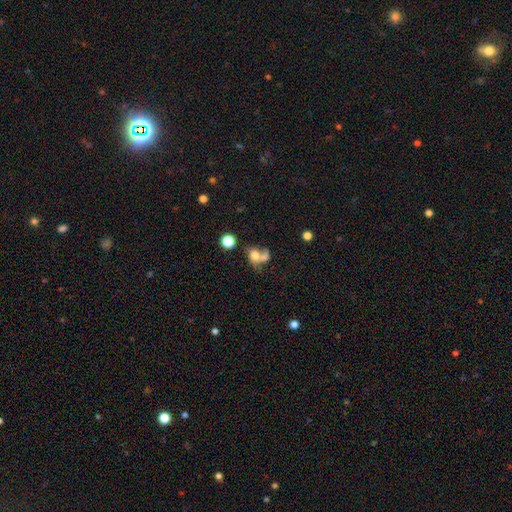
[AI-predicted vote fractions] The model was most divided on "how rounded": round: 53%, in between: 45%, cigar-shaped: 2%. More confident: smooth or featured — smooth (64%); merging — merger (60%).